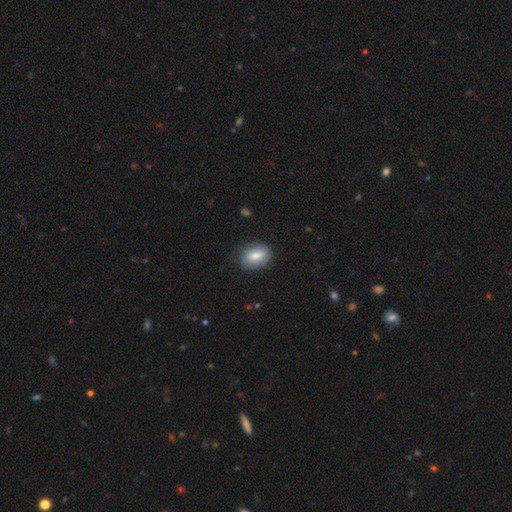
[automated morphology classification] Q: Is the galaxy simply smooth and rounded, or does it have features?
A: smooth — 79%.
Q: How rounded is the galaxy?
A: in between — 77%.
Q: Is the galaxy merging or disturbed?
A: none — 83%.